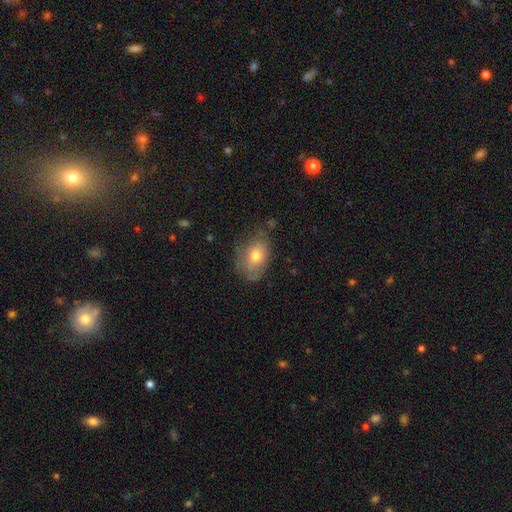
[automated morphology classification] A smooth galaxy with no disk features (72%) that is in between round and cigar-shaped (82%).

Vote fractions:
- Smooth or featured? smooth: 72% / featured or disk: 20% / star or artifact: 8%
- How rounded? in between: 82% / round: 16% / cigar-shaped: 2%
- Merging? none: 60% / minor disturbance: 29% / major disturbance: 9% / merger: 2%